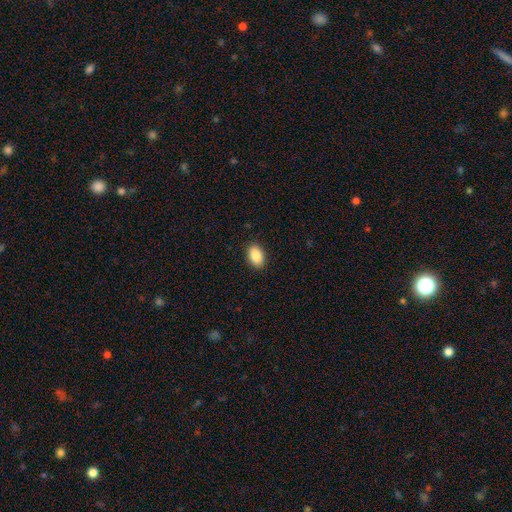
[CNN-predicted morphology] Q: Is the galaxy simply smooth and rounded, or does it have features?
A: smooth — 87%.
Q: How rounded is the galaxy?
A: in between — 89%.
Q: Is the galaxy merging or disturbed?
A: none — 90%.